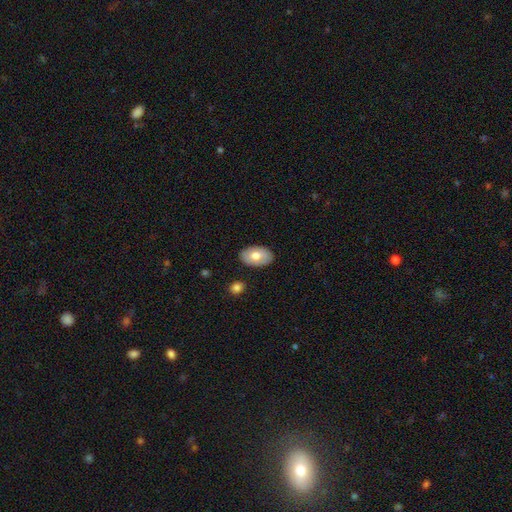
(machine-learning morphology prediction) smooth_or_featured: smooth (p=0.70) [alt: featured or disk p=0.24]
how_rounded: in between (p=0.92) [alt: round p=0.06]
merging: none (p=0.87) [alt: minor disturbance p=0.10]